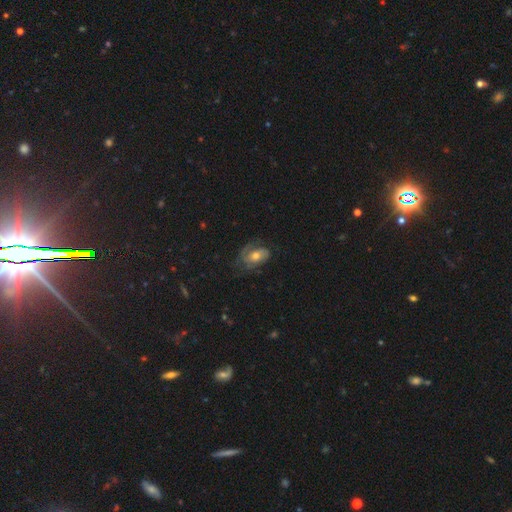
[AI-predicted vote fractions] Q: Smooth or featured?
A: featured or disk (58%); runner-up: smooth (34%)
Q: Edge-on disk?
A: no (95%); runner-up: yes (5%)
Q: Bar?
A: no (72%); runner-up: weak (22%)
Q: Spiral arms?
A: yes (79%); runner-up: no (21%)
Q: Bulge size?
A: moderate (68%); runner-up: small (21%)
Q: Merging?
A: none (54%); runner-up: minor disturbance (26%)